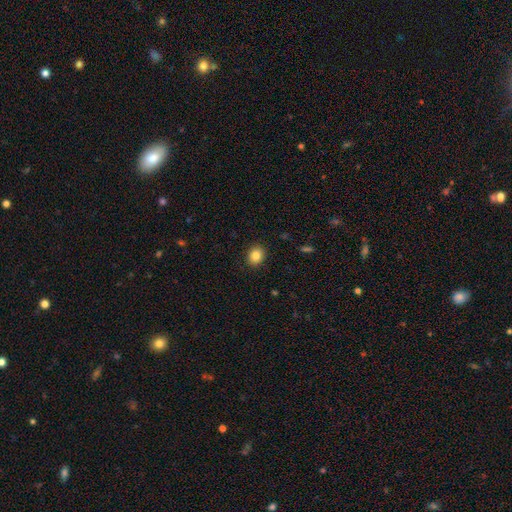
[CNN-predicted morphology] smooth_or_featured: smooth (p=0.85) [alt: star or artifact p=0.10]
how_rounded: round (p=0.58) [alt: in between p=0.41]
merging: none (p=0.90) [alt: minor disturbance p=0.07]